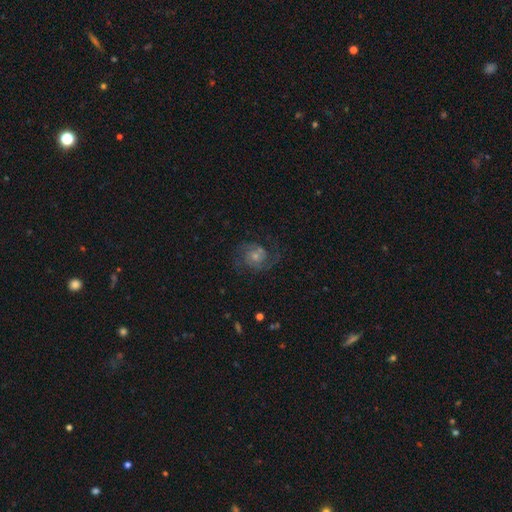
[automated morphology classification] Smooth or featured: featured or disk — 72% (smooth — 19%)
Edge-on disk: no — 98% (yes — 2%)
Bar: no — 70% (weak — 26%)
Spiral arms: yes — 90% (no — 10%)
Spiral winding: medium — 48% (loose — 29%)
Spiral arm count: 2 — 71% (can't tell — 11%)
Bulge size: small — 53% (moderate — 35%)
Merging: none — 57% (major disturbance — 20%)